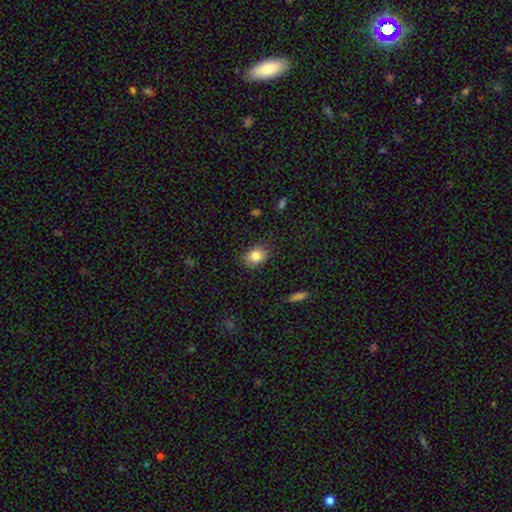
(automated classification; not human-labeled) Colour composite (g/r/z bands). It shows a smooth galaxy with no disk features (83%) that is in between round and cigar-shaped (54%). Merging: none (81%).